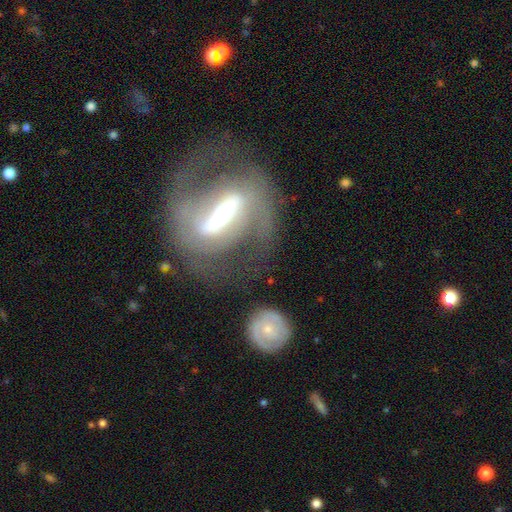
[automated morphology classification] smooth_or_featured: featured or disk (p=0.82) [alt: smooth p=0.11]
disk_edge_on: no (p=0.85) [alt: yes p=0.15]
bar: strong (p=0.71) [alt: weak p=0.22]
has_spiral_arms: yes (p=0.77) [alt: no p=0.23]
spiral_winding: medium (p=0.44) [alt: tight p=0.34]
spiral_arm_count: 2 (p=0.74) [alt: can't tell p=0.15]
bulge_size: moderate (p=0.52) [alt: small p=0.29]
merging: none (p=0.61) [alt: major disturbance p=0.17]